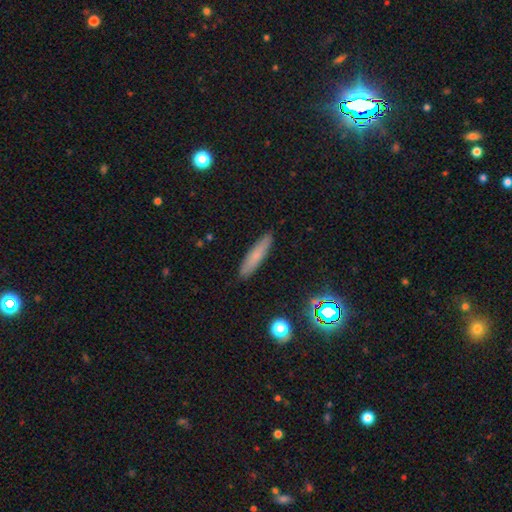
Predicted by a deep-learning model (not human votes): Q: Smooth or featured?
A: smooth (70%); runner-up: featured or disk (20%)
Q: How rounded?
A: cigar-shaped (85%); runner-up: in between (13%)
Q: Merging?
A: none (89%); runner-up: minor disturbance (8%)